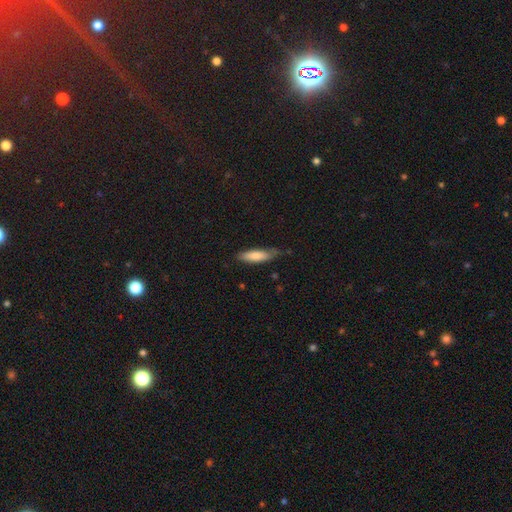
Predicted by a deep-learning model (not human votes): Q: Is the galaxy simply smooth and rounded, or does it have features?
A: smooth — 79%.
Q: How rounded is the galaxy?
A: cigar-shaped — 62%.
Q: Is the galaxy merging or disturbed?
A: none — 67%.